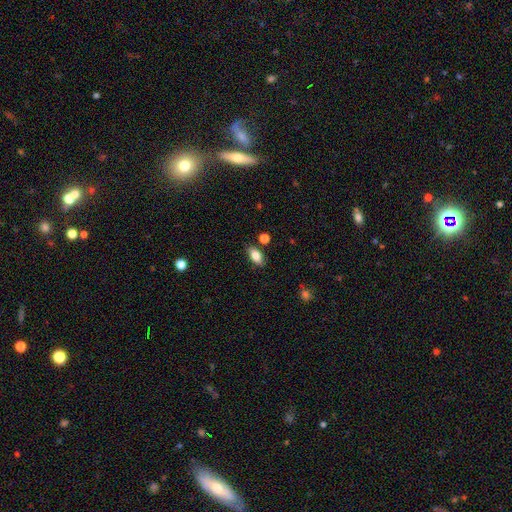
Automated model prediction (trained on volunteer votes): Smooth or featured? smooth (84%)
How rounded? in between (89%)
Merging? none (83%)